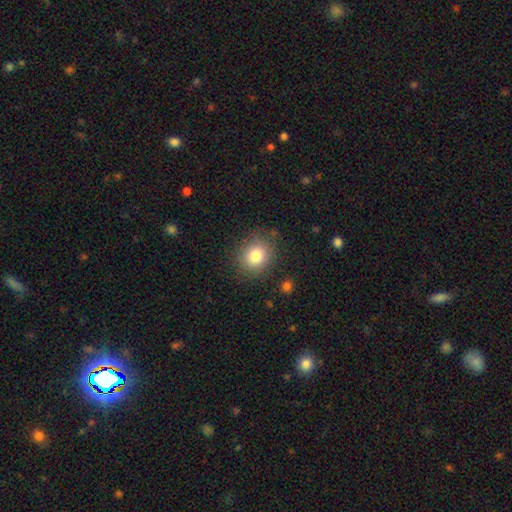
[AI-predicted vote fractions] A smooth galaxy with no disk features (81%) that is round (70%). Merging: none (83%).